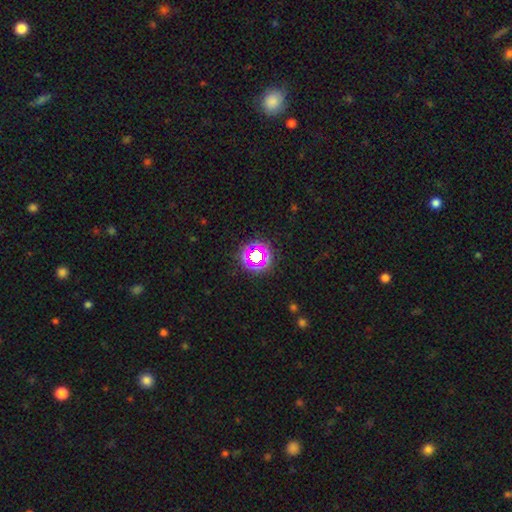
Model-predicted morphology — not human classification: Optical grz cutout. It shows a star or artifact, not a galaxy (61%).